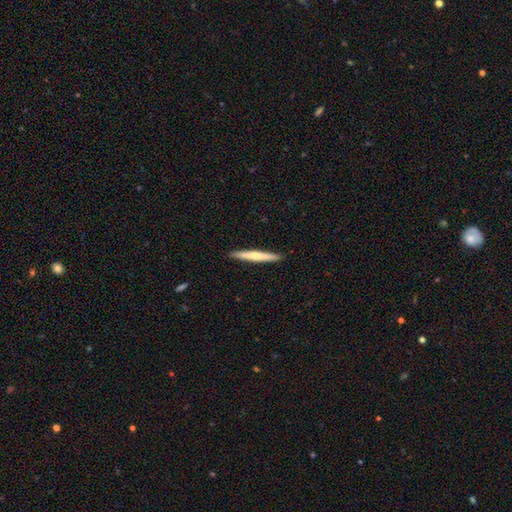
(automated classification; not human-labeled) Smooth or featured?
  - smooth: 57% *
  - featured or disk: 38%
  - star or artifact: 5%
How rounded?
  - cigar-shaped: 96% *
  - in between: 3%
  - round: 1%
Merging?
  - none: 91% *
  - minor disturbance: 7%
  - major disturbance: 1%
  - merger: 1%